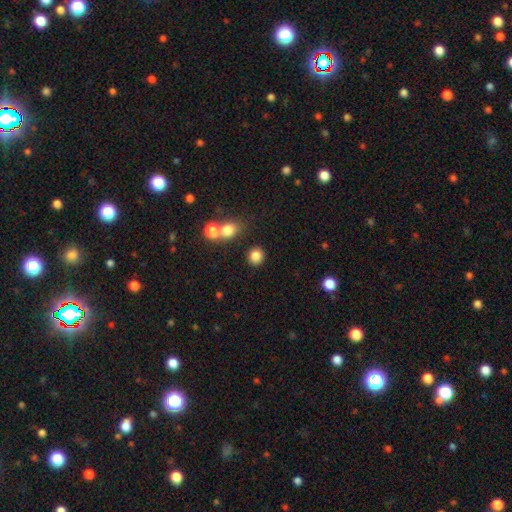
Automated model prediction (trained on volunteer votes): The model was most divided on "smooth or featured": smooth: 83%, star or artifact: 12%, featured or disk: 5%. More confident: how rounded — round (86%); merging — none (82%).